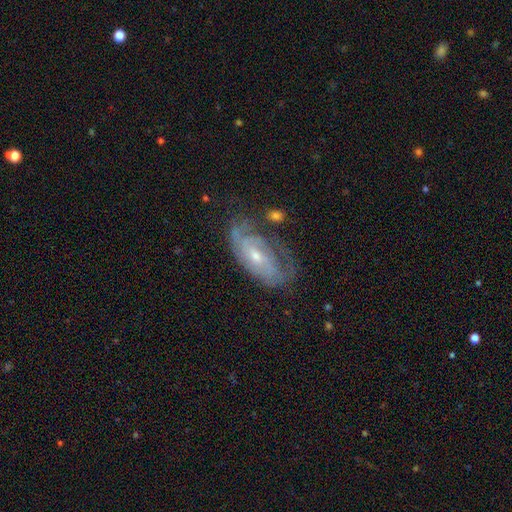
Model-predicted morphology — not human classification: Smooth or featured?
  - featured or disk: 79% *
  - smooth: 14%
  - star or artifact: 7%
Edge-on disk?
  - no: 94% *
  - yes: 6%
Bar?
  - no: 59% *
  - weak: 33%
  - strong: 8%
Spiral arms?
  - yes: 88% *
  - no: 12%
Spiral winding?
  - tight: 58% *
  - medium: 31%
  - loose: 11%
Spiral arm count?
  - 2: 39% *
  - can't tell: 37%
  - 3: 9%
  - 1: 9%
  - 4: 3%
  - more than 4: 3%
Bulge size?
  - small: 54% *
  - moderate: 42%
  - large: 2%
  - none: 1%
  - dominant: 1%
Merging?
  - none: 55% *
  - minor disturbance: 25%
  - major disturbance: 16%
  - merger: 5%